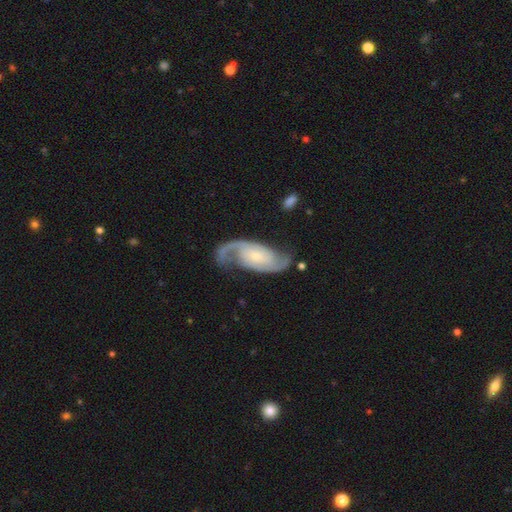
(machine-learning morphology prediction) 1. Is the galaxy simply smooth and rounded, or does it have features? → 89% featured or disk, 6% smooth, 5% star or artifact.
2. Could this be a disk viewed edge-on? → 96% no, 4% yes.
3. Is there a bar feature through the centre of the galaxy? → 56% no, 33% weak, 11% strong.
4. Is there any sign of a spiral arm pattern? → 98% yes, 2% no.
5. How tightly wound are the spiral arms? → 50% medium, 25% tight, 24% loose.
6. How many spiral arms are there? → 92% 2, 2% can't tell, 2% 1, 1% 3, 1% 4, 1% more than 4.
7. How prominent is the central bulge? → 53% small, 27% moderate, 13% none, 6% large, 2% dominant.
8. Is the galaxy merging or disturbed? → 73% none, 16% minor disturbance, 8% major disturbance, 2% merger.